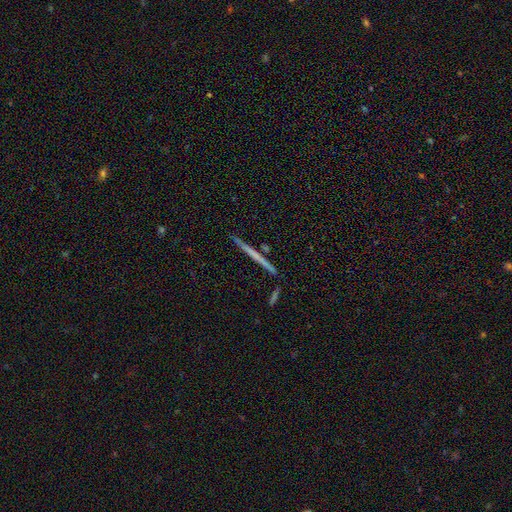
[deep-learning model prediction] Smooth or featured? featured or disk (54%)
Edge-on disk? yes (98%)
Edge-on bulge? none (87%)
Merging? none (90%)